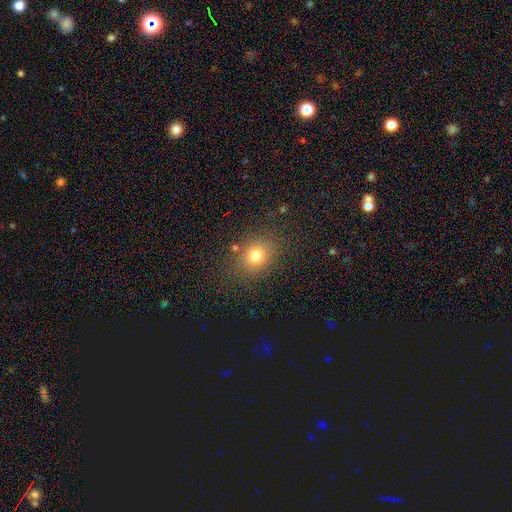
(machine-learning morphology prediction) This is likely a smooth galaxy (76%). How rounded: possibly round (60%). Merging: clearly none (81%).